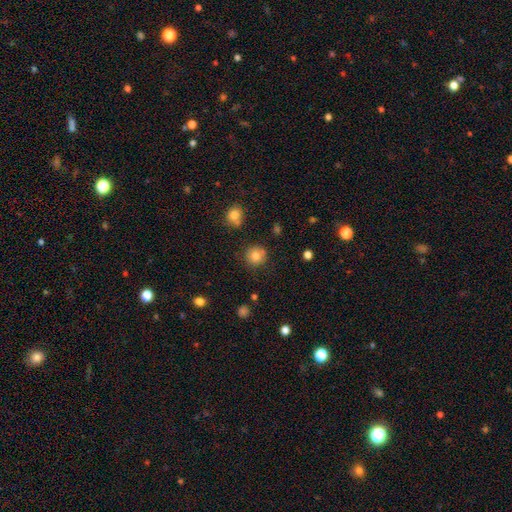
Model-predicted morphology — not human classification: A smooth galaxy with no disk features (81%) that is round (93%). Merging: none (82%).